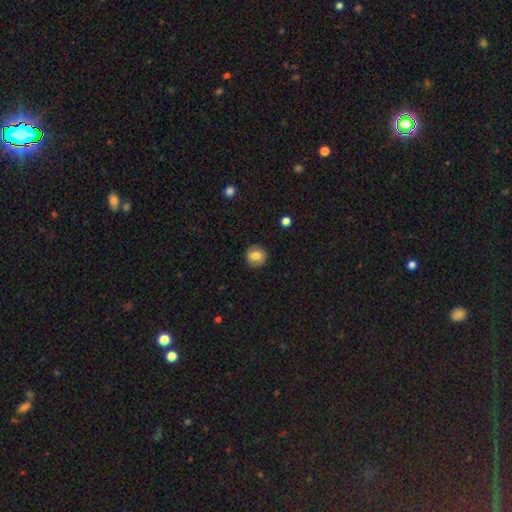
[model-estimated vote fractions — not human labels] Morphology: type=smooth (72%); roundness=round (88%); merging=none (88%).